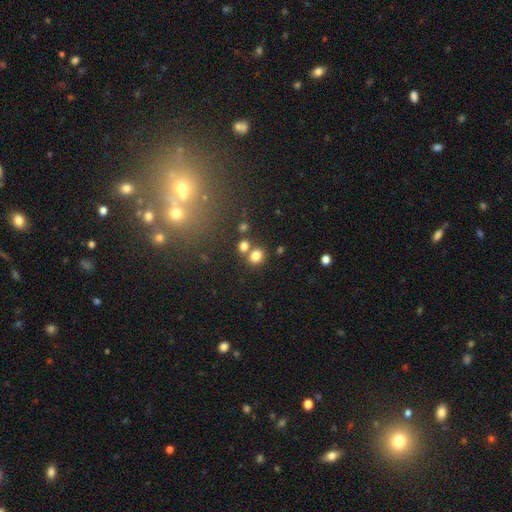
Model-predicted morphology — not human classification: This is likely a smooth galaxy (79%). How rounded: likely round (75%). Merging: likely none (63%).